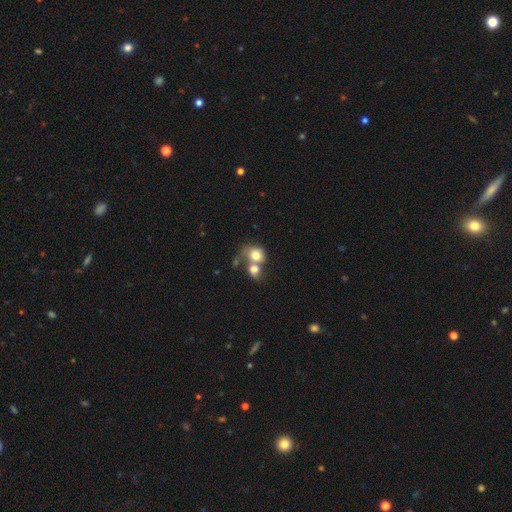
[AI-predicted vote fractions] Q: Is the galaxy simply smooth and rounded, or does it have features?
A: smooth — 72%.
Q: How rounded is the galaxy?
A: round — 63%.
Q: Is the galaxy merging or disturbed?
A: merger — 67%.